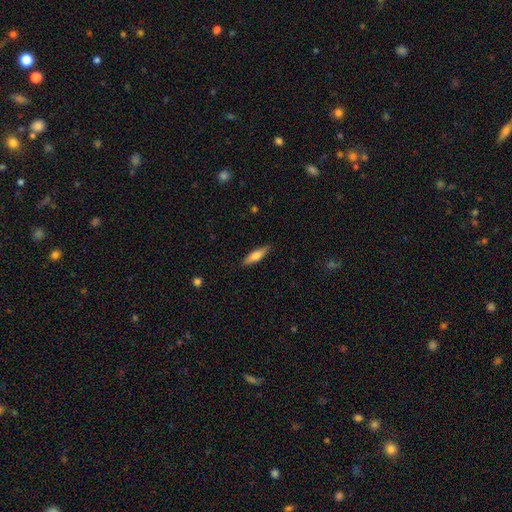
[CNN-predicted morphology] This is likely a smooth galaxy (67%). How rounded: likely cigar-shaped (61%). Merging: clearly none (85%).